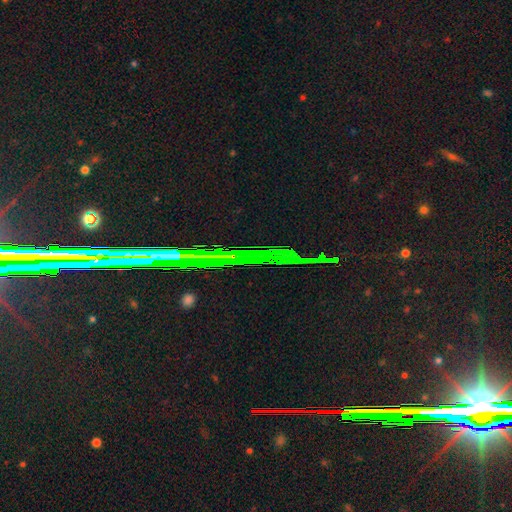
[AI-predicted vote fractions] This is likely a star or artifact rather than a galaxy (77%).